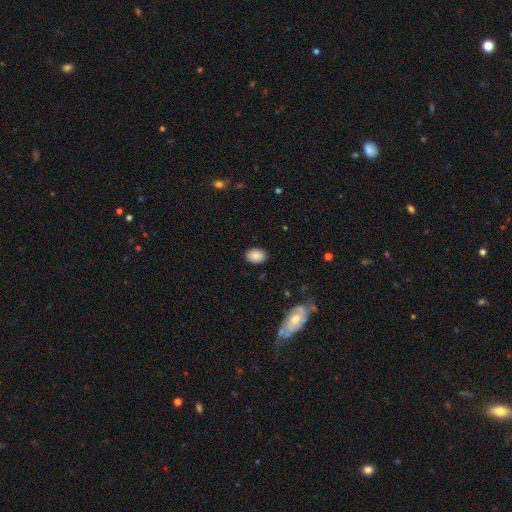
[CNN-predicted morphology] Overall: smooth (87%). How rounded: in between (81%). Merging: none (87%).